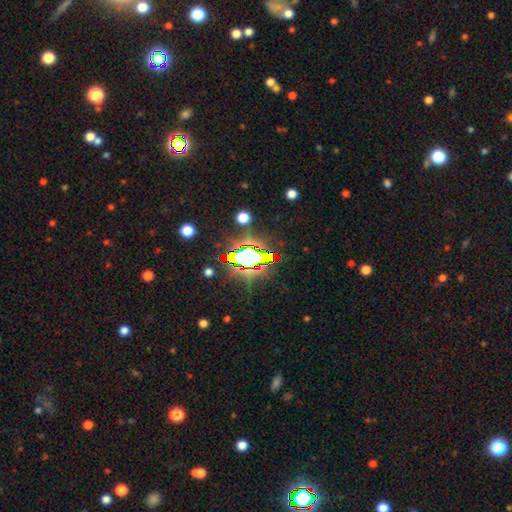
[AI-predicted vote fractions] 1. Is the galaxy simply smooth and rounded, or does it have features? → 78% star or artifact, 12% smooth, 10% featured or disk.